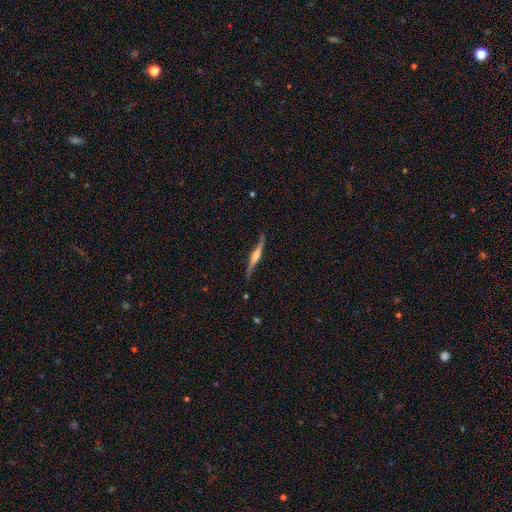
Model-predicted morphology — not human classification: Smooth or featured?
  - featured or disk: 71% *
  - smooth: 24%
  - star or artifact: 5%
Edge-on disk?
  - yes: 94% *
  - no: 6%
Edge-on bulge?
  - rounded: 70% *
  - boxy: 15%
  - none: 15%
Merging?
  - none: 80% *
  - minor disturbance: 16%
  - major disturbance: 3%
  - merger: 2%